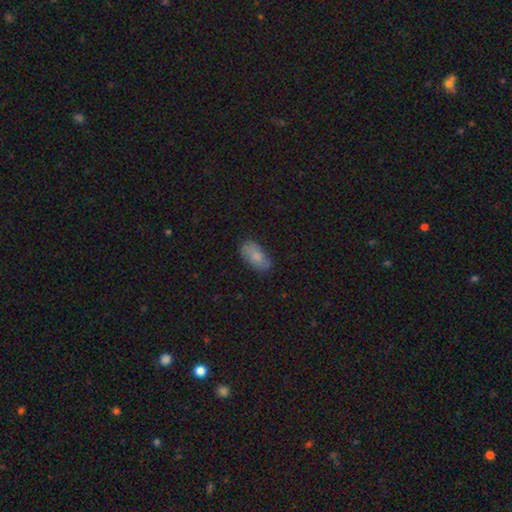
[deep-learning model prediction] A smooth galaxy with no disk features (76%) that is in between round and cigar-shaped (93%). Merging: none (76%).